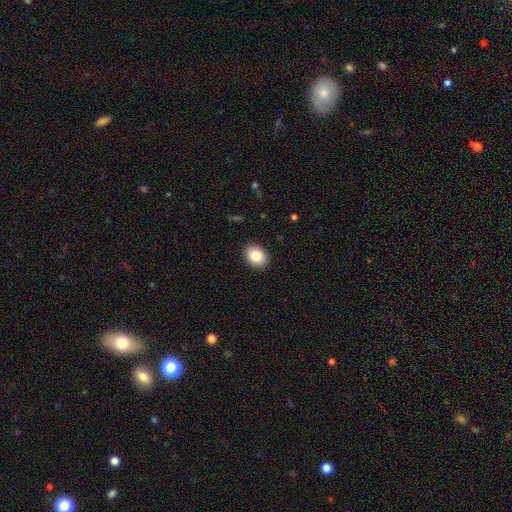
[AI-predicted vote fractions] smooth 84%, star or artifact 8%, featured or disk 8%. Down the decision tree: how rounded — in between (62%); merging — none (90%).